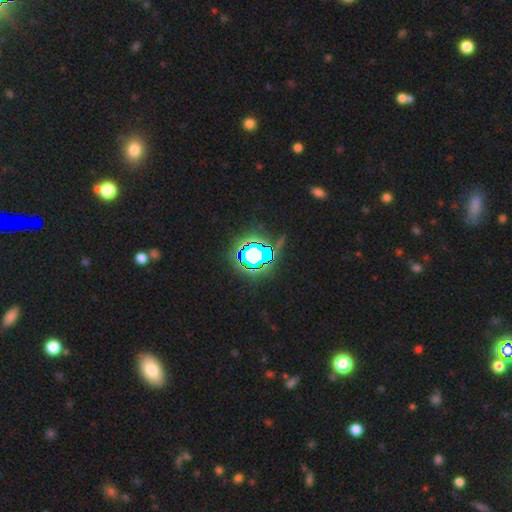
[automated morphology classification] A star or artifact, not a galaxy (79%).